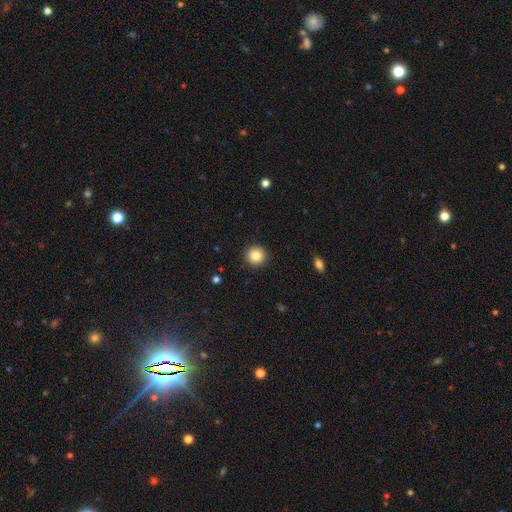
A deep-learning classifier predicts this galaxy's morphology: type=smooth (84%); roundness=round (96%); merging=none (93%).